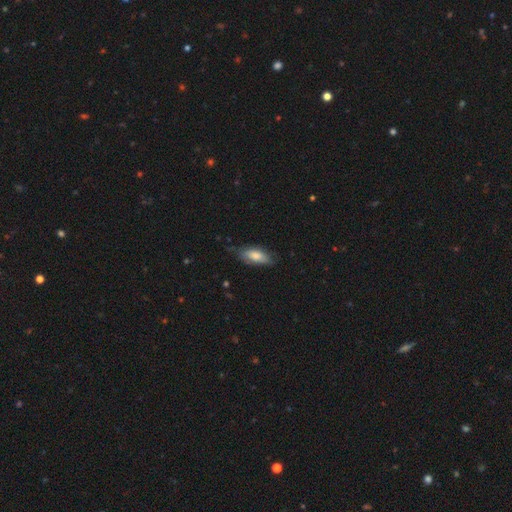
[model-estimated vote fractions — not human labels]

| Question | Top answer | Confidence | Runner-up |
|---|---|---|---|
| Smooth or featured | smooth | 74% | featured or disk (20%) |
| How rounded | in between | 80% | cigar-shaped (18%) |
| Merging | none | 67% | minor disturbance (27%) |